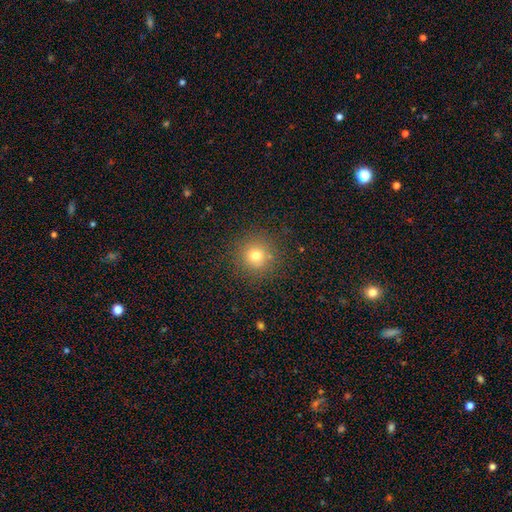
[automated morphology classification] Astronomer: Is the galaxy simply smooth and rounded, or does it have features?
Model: smooth — 75%.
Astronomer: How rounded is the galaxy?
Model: round — 94%.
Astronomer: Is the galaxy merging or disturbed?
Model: none — 88%.